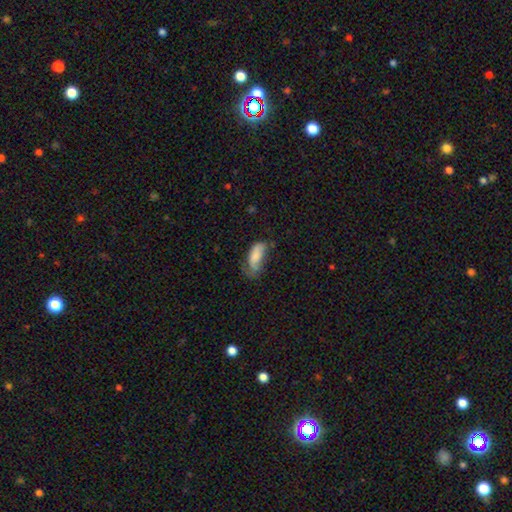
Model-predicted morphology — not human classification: smooth_or_featured: smooth (p=0.73) [alt: featured or disk p=0.19]
how_rounded: in between (p=0.82) [alt: cigar-shaped p=0.16]
merging: minor disturbance (p=0.35) [alt: major disturbance p=0.31]